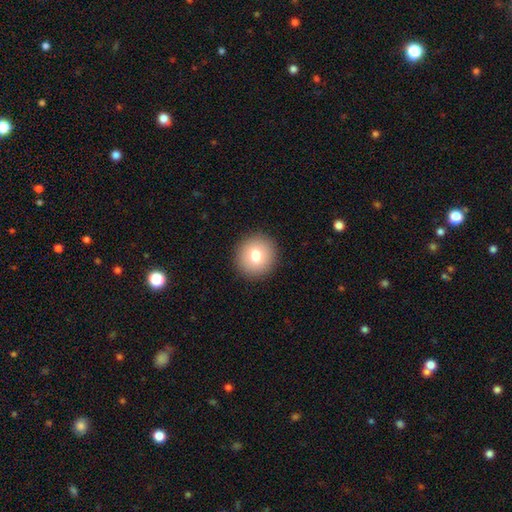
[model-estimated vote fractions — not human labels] Smooth or featured? Predicted: smooth (p=0.77). How rounded? Predicted: round (p=0.93). Merging? Predicted: none (p=0.92).